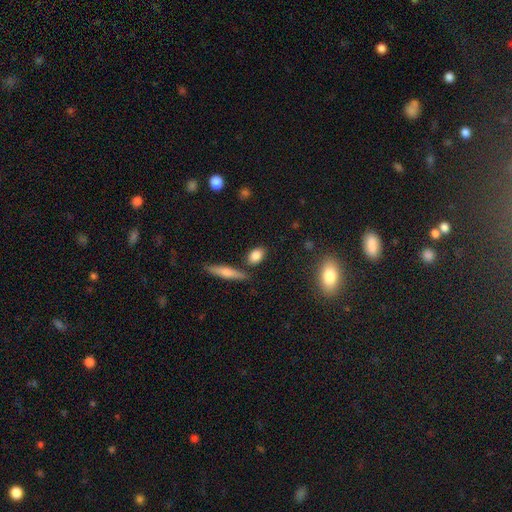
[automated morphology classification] smooth_or_featured: smooth (p=0.83) [alt: featured or disk p=0.09]
how_rounded: in between (p=0.75) [alt: round p=0.18]
merging: none (p=0.79) [alt: minor disturbance p=0.11]